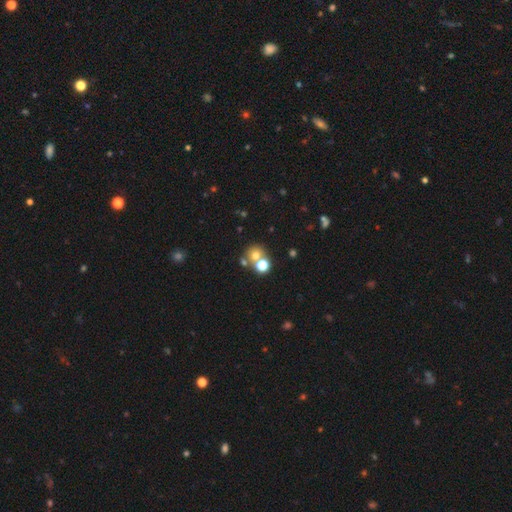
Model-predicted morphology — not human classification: smooth-or-featured: smooth: 66% | star or artifact: 20% | featured or disk: 14%
  how-rounded: round: 84% | in between: 15% | cigar-shaped: 1%
  merging: none: 53% | merger: 35% | minor disturbance: 8% | major disturbance: 4%